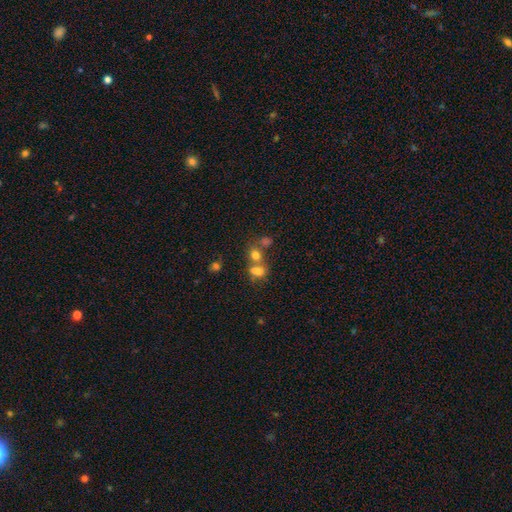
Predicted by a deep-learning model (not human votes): A smooth galaxy with no disk features (65%) that is round (59%).

Vote fractions:
- Smooth or featured? smooth: 65% / star or artifact: 18% / featured or disk: 16%
- How rounded? round: 59% / in between: 39% / cigar-shaped: 2%
- Merging? merger: 52% / none: 34% / minor disturbance: 8% / major disturbance: 6%